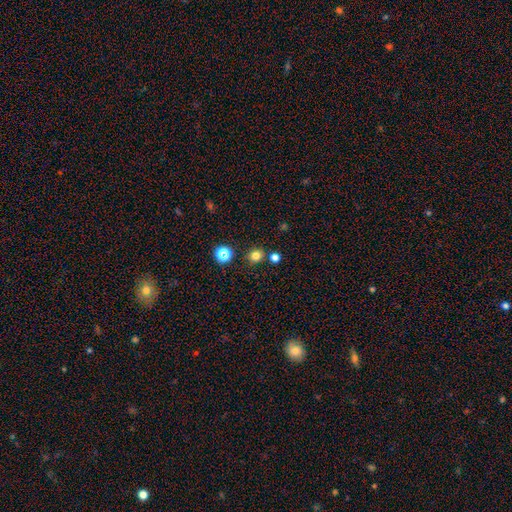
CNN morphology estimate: Overall: smooth (77%). How rounded: round (87%). Merging: none (84%).